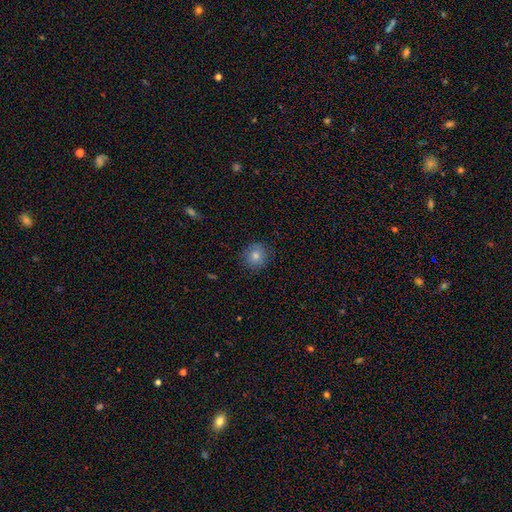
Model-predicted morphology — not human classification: Smooth or featured? smooth (77%)
How rounded? round (92%)
Merging? none (89%)